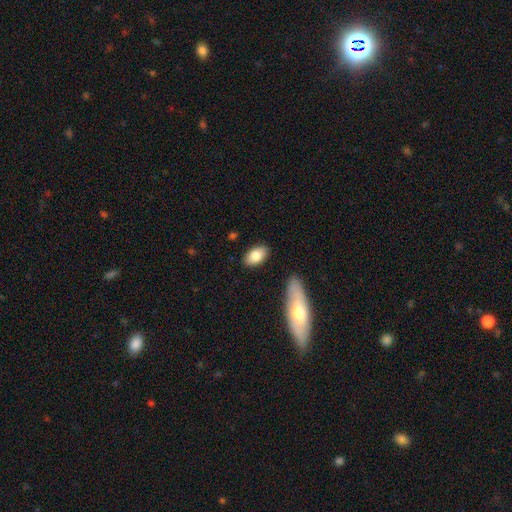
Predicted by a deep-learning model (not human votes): Morphology: type=smooth (81%); roundness=in between (92%); merging=none (84%).